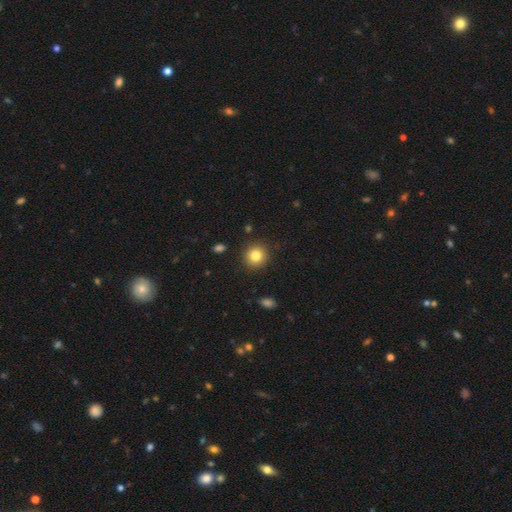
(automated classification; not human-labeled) smooth_or_featured: smooth (p=0.83) [alt: star or artifact p=0.10]
how_rounded: round (p=0.90) [alt: in between p=0.09]
merging: none (p=0.90) [alt: minor disturbance p=0.07]